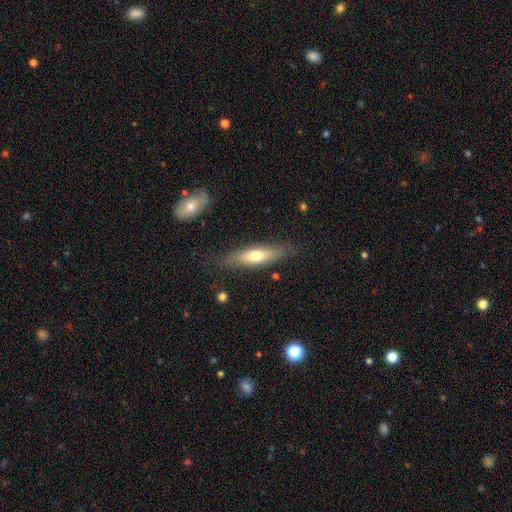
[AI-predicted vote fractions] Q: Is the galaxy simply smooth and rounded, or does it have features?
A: smooth — 61%.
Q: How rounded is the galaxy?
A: cigar-shaped — 66%.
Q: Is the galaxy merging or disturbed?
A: none — 81%.